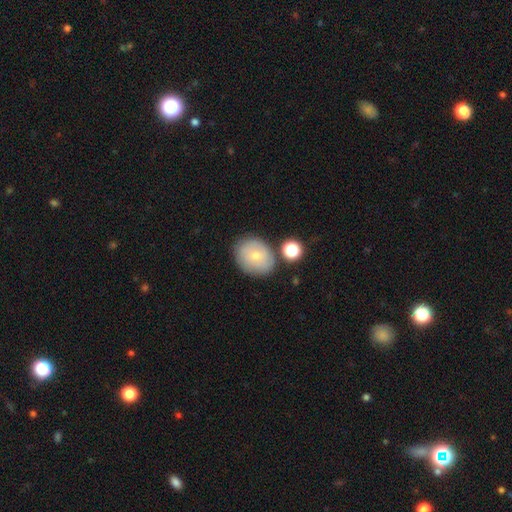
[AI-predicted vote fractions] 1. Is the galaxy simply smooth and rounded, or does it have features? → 68% smooth, 24% featured or disk, 8% star or artifact.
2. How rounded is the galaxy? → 54% round, 45% in between, 1% cigar-shaped.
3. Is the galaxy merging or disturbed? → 72% none, 15% minor disturbance, 9% merger, 4% major disturbance.